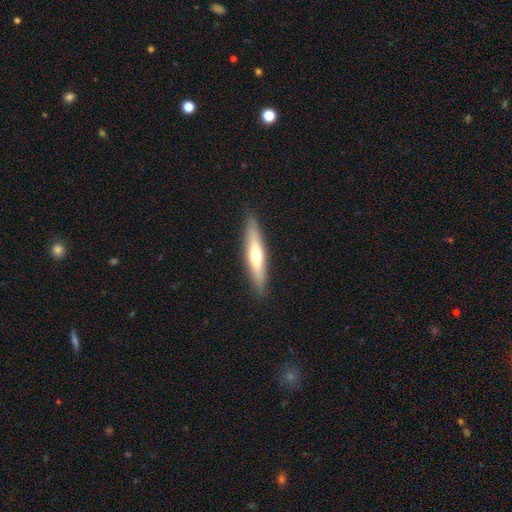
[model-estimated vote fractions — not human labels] This appears to be a featured or disk galaxy (48%). Merging: none (89%).